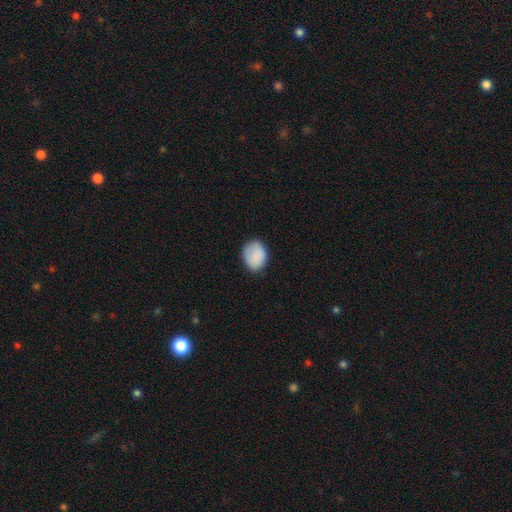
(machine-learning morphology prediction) A smooth galaxy with no disk features (88%) that is in between round and cigar-shaped (54%).

Vote fractions:
- Smooth or featured? smooth: 88% / star or artifact: 7% / featured or disk: 5%
- How rounded? in between: 54% / round: 45% / cigar-shaped: 1%
- Merging? none: 80% / minor disturbance: 16% / major disturbance: 3% / merger: 1%